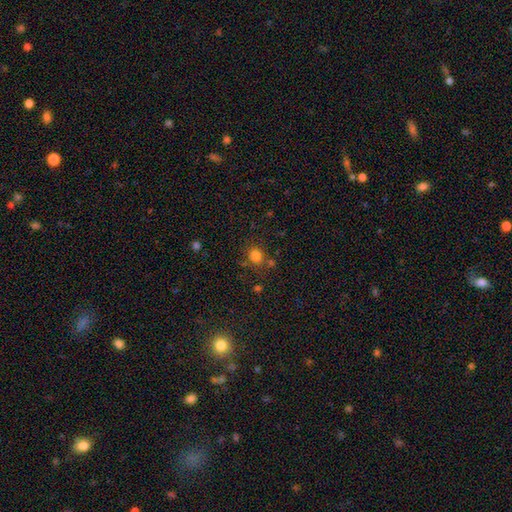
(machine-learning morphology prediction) Smooth or featured? Predicted: smooth (p=0.80). How rounded? Predicted: round (p=0.82). Merging? Predicted: none (p=0.75).